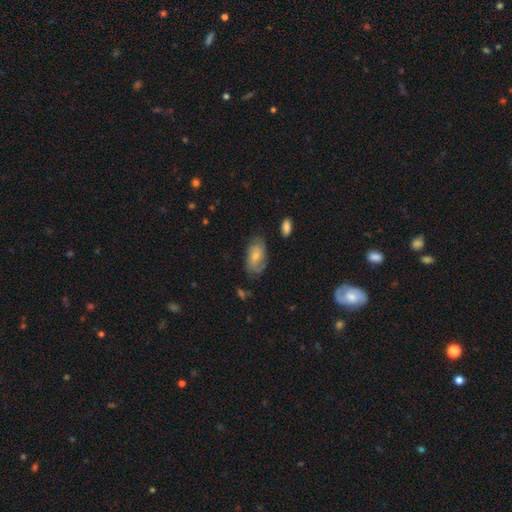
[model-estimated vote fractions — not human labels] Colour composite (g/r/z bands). It shows a smooth galaxy with no disk features (52%) that is in between round and cigar-shaped (91%). Merging: none (66%).